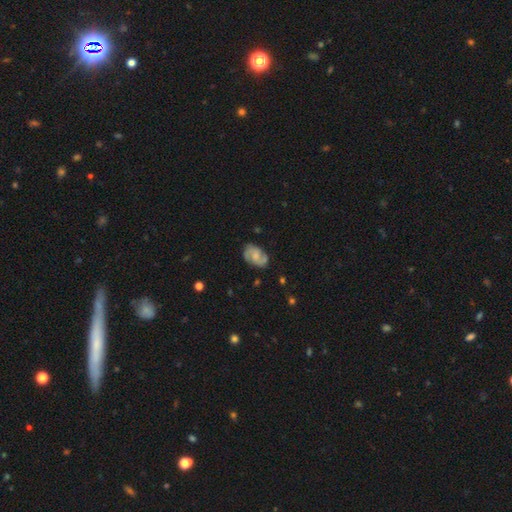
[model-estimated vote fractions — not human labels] This appears to be a featured or disk galaxy (68%) with no bar (57%), 2 (76%) medium (48%) spiral arms (92%) and no central bulge (32%). Merging: none (74%).